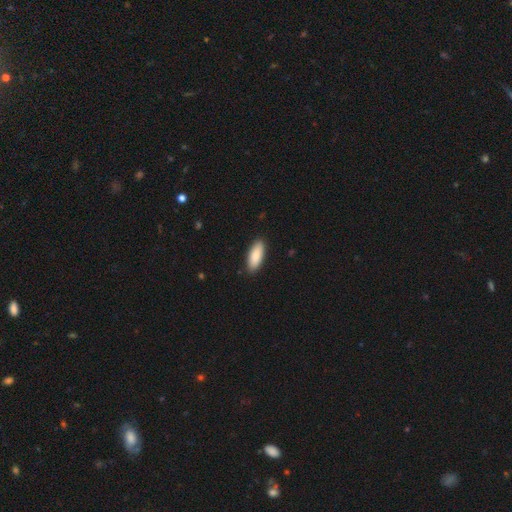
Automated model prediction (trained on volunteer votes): Morphology: type=smooth (87%); roundness=in between (79%); merging=none (90%).